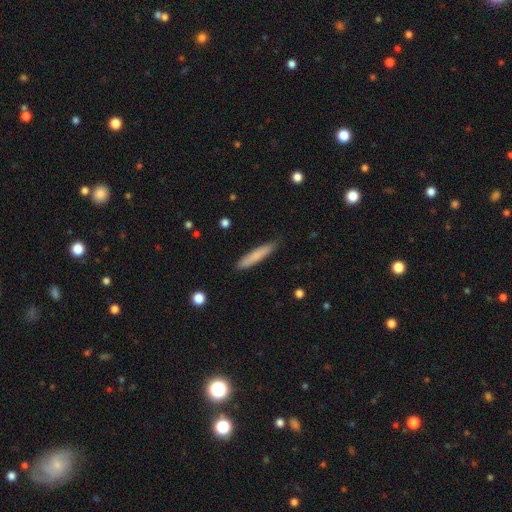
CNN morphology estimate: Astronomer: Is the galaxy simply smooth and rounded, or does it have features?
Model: smooth — 79%.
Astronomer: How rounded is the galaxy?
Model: cigar-shaped — 91%.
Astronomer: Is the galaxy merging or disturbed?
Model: none — 85%.